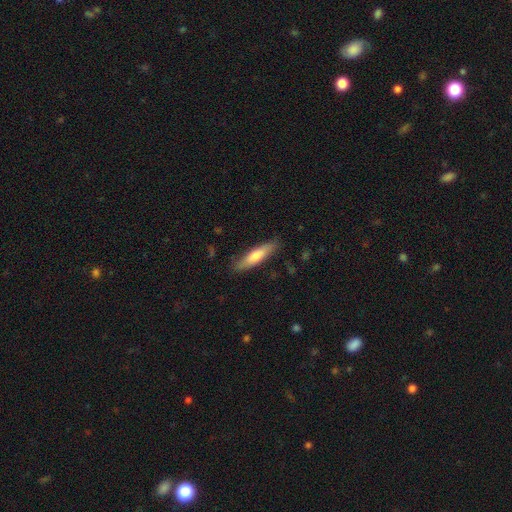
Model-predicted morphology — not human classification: This is likely a smooth galaxy (70%). How rounded: likely cigar-shaped (75%). Merging: clearly none (84%).